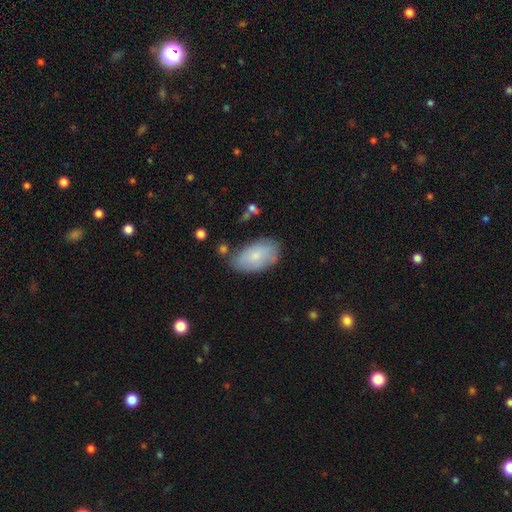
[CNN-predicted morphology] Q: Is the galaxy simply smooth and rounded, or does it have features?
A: smooth — 73%.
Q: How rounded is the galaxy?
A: in between — 95%.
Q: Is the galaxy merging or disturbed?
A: none — 69%.